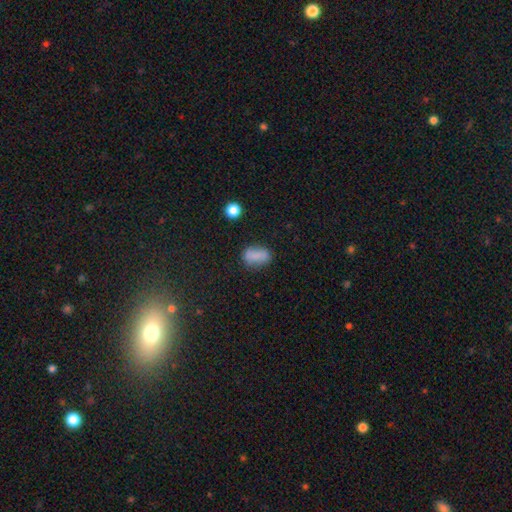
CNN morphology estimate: smooth_or_featured: smooth (p=0.77) [alt: star or artifact p=0.11]
how_rounded: in between (p=0.84) [alt: round p=0.11]
merging: none (p=0.67) [alt: minor disturbance p=0.21]